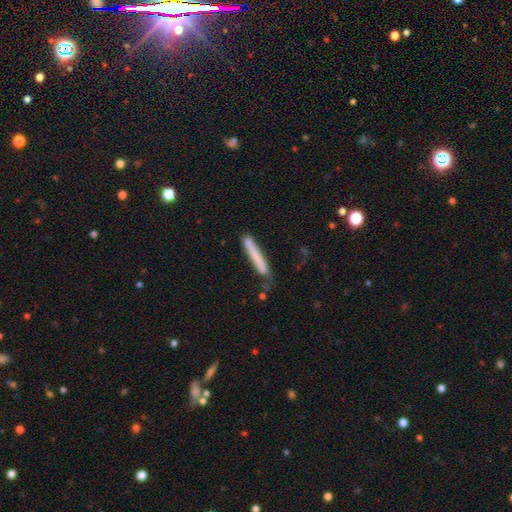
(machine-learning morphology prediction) Smooth or featured? Predicted: smooth (p=0.70). How rounded? Predicted: cigar-shaped (p=0.95). Merging? Predicted: none (p=0.66).